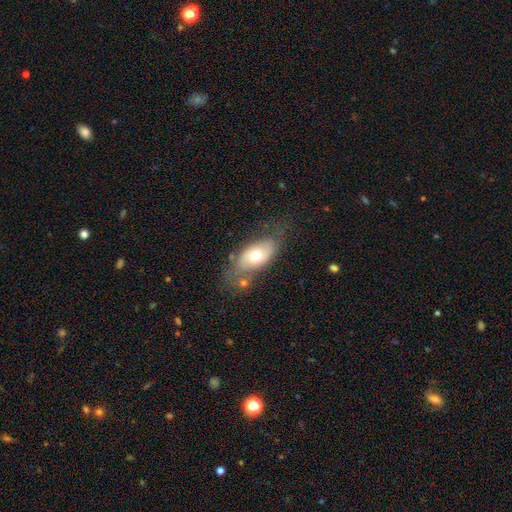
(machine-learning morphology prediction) smooth_or_featured: smooth (p=0.59) [alt: featured or disk p=0.34]
how_rounded: in between (p=0.89) [alt: round p=0.07]
merging: none (p=0.58) [alt: minor disturbance p=0.23]